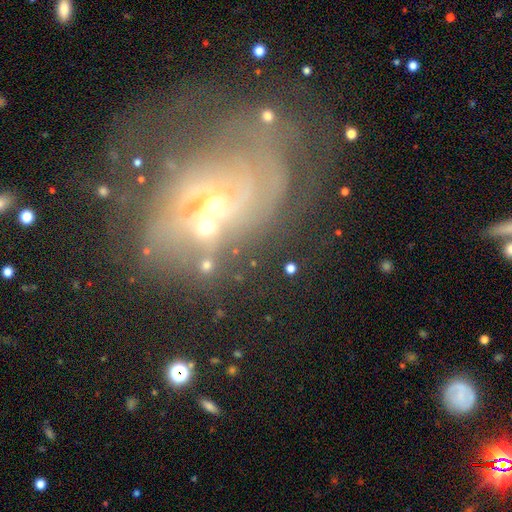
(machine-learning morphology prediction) Smooth or featured? featured or disk (69%)
Edge-on disk? no (96%)
Bar? no (76%)
Spiral arms? yes (66%)
Bulge size? small (66%)
Merging? none (37%)